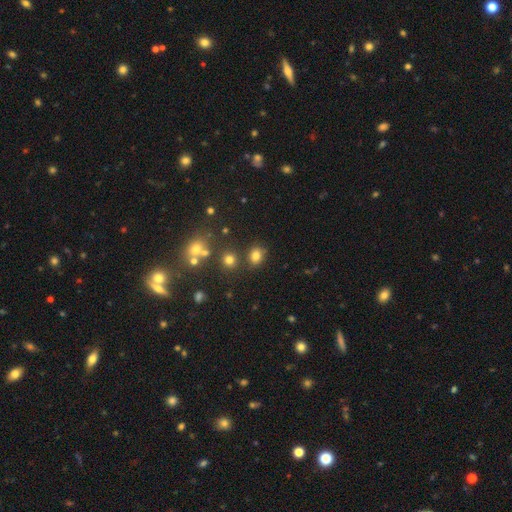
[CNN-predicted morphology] type=smooth (77%); roundness=round (54%); merging=none (76%).